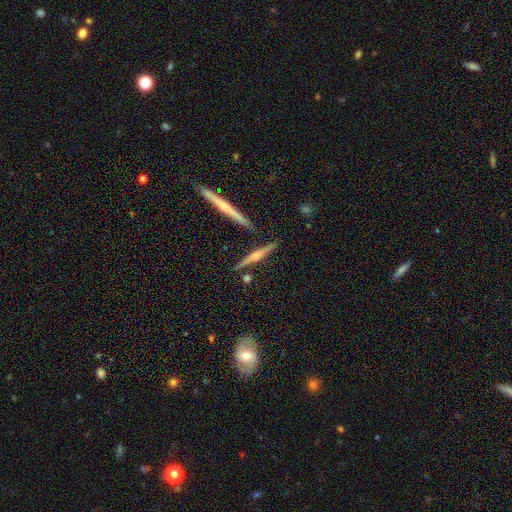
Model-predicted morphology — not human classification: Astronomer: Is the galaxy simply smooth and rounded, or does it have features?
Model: featured or disk — 69%.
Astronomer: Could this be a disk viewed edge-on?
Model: yes — 97%.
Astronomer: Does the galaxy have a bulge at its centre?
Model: rounded — 66%.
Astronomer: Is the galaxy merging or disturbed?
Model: none — 82%.